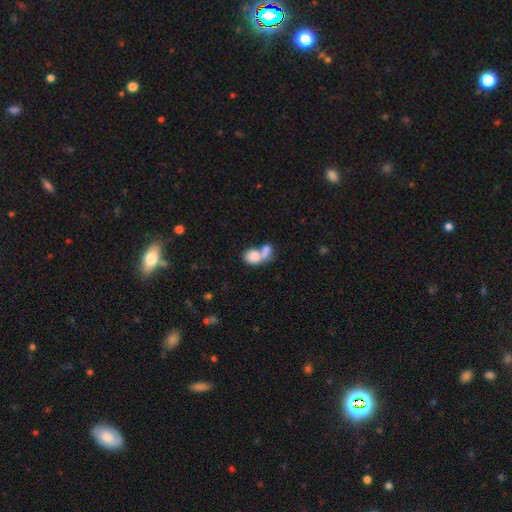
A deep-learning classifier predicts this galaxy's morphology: A smooth galaxy with no disk features (76%) that is in between round and cigar-shaped (62%).

Vote fractions:
- Smooth or featured? smooth: 76% / featured or disk: 16% / star or artifact: 8%
- How rounded? in between: 62% / round: 36% / cigar-shaped: 2%
- Merging? merger: 71% / none: 16% / major disturbance: 7% / minor disturbance: 6%